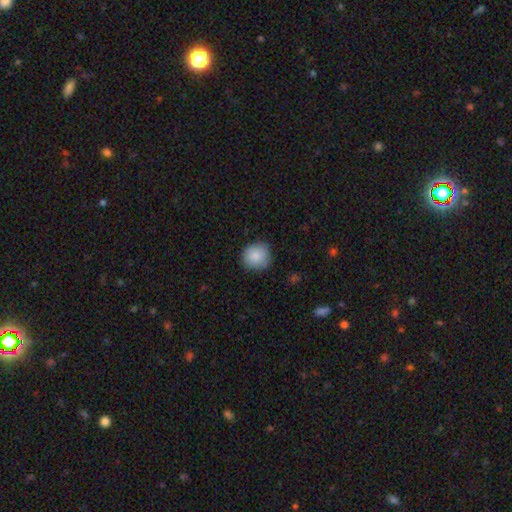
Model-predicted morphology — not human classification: smooth-or-featured: smooth: 88% | star or artifact: 7% | featured or disk: 5%
  how-rounded: round: 90% | in between: 9% | cigar-shaped: 1%
  merging: none: 85% | minor disturbance: 12% | major disturbance: 2% | merger: 1%